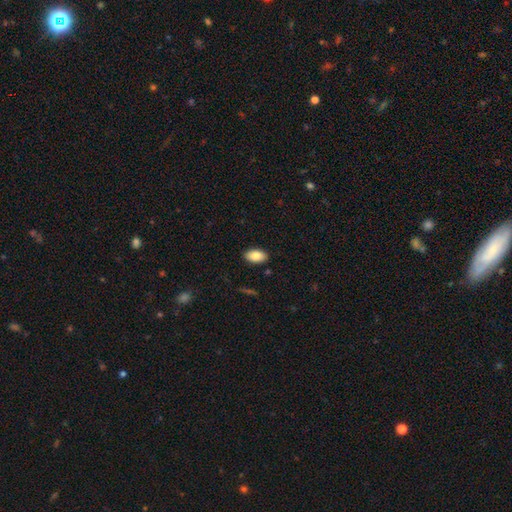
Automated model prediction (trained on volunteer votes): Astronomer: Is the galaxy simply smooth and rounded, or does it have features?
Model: smooth — 84%.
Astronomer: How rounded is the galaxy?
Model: in between — 93%.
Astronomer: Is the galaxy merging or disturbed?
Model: none — 89%.